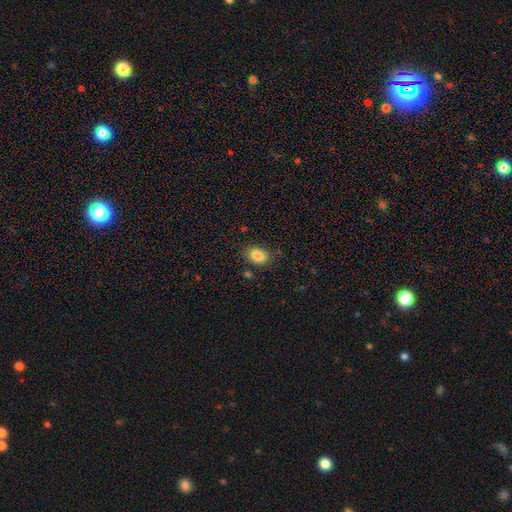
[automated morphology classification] Q: Smooth or featured?
A: smooth (85%); runner-up: star or artifact (9%)
Q: How rounded?
A: in between (76%); runner-up: round (23%)
Q: Merging?
A: none (82%); runner-up: minor disturbance (13%)